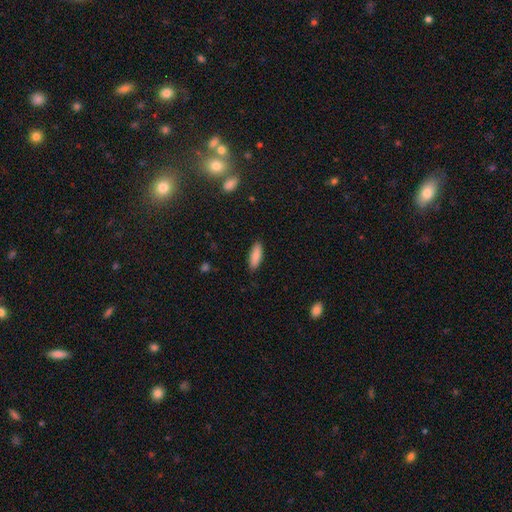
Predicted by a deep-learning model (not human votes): This is clearly a smooth galaxy (88%). How rounded: likely in between (63%). Merging: clearly none (89%).